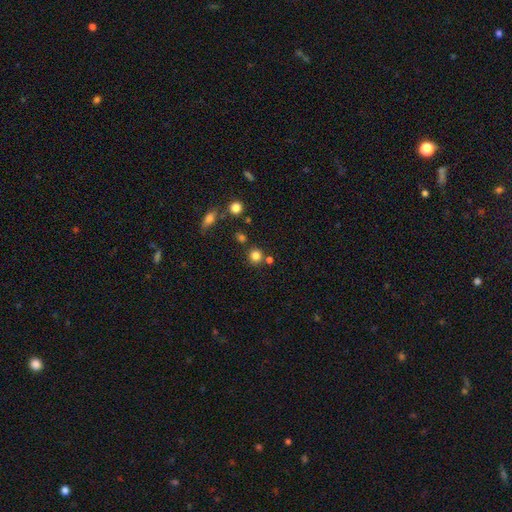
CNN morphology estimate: Smooth or featured: smooth — 81% (star or artifact — 13%)
How rounded: round — 90% (in between — 9%)
Merging: none — 78% (merger — 11%)